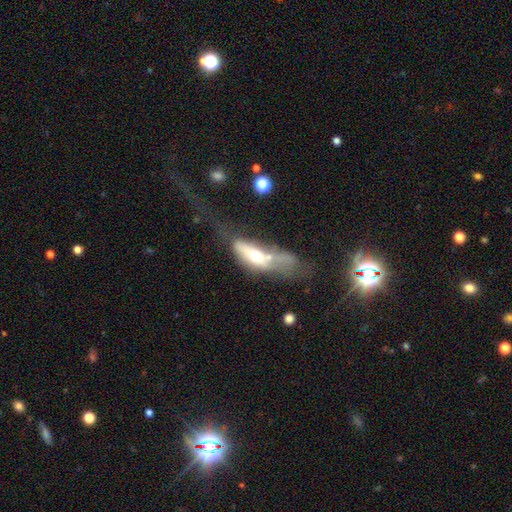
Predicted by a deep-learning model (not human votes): Overall: featured or disk (46%; smooth 45%). Merging: major disturbance (40%; merger 28%).